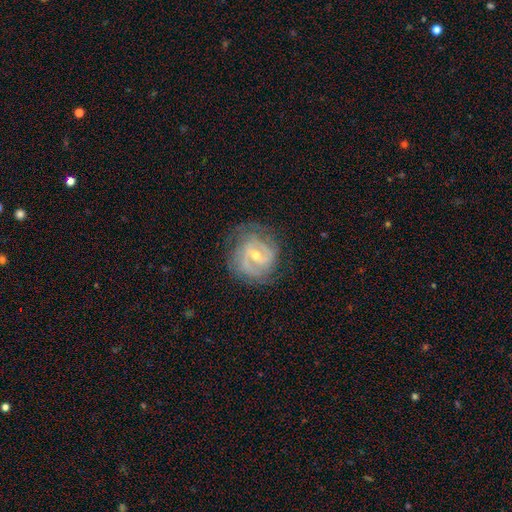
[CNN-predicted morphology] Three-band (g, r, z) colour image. It shows a featured or disk galaxy (82%) with a weak bar (49%), 2 (48%) tight (53%) spiral arms (90%) and a small central bulge (52%). Merging: none (71%).